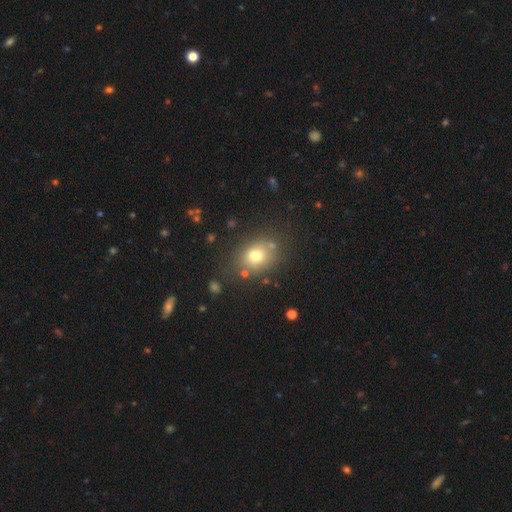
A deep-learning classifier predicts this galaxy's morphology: This appears to be a smooth galaxy with no disk features (74%) that is in between round and cigar-shaped (54%). Merging: none (74%).